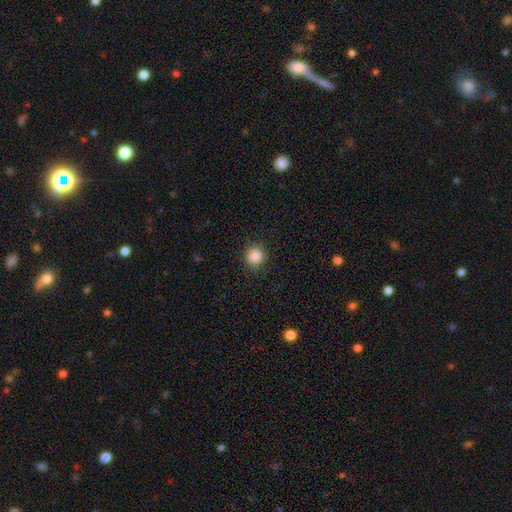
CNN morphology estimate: This is clearly a smooth galaxy (86%). How rounded: clearly round (91%). Merging: clearly none (90%).